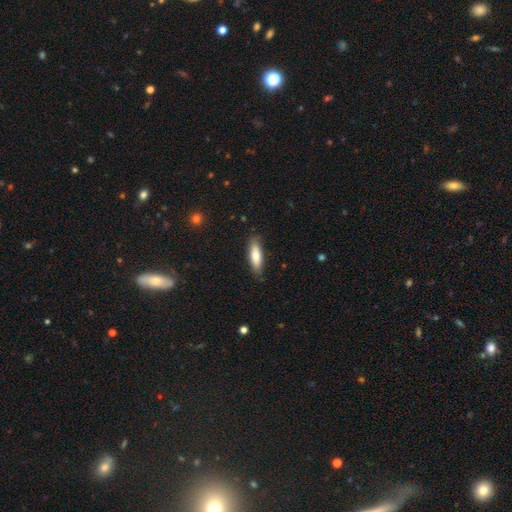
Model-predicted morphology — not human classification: smooth_or_featured: smooth (p=0.73) [alt: featured or disk p=0.21]
how_rounded: in between (p=0.52) [alt: cigar-shaped p=0.46]
merging: none (p=0.85) [alt: minor disturbance p=0.12]